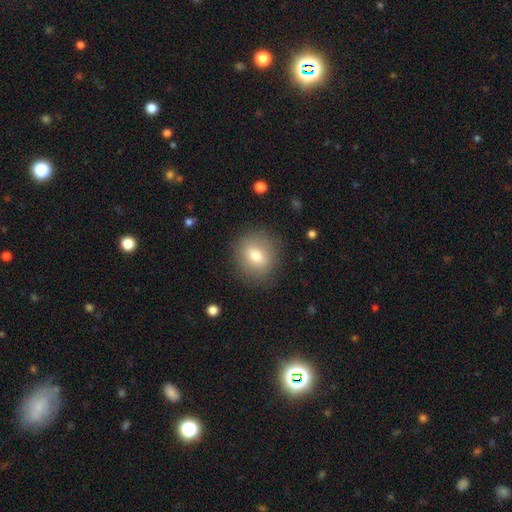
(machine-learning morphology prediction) smooth_or_featured: smooth (p=0.71) [alt: featured or disk p=0.20]
how_rounded: round (p=0.71) [alt: in between p=0.28]
merging: none (p=0.84) [alt: minor disturbance p=0.10]